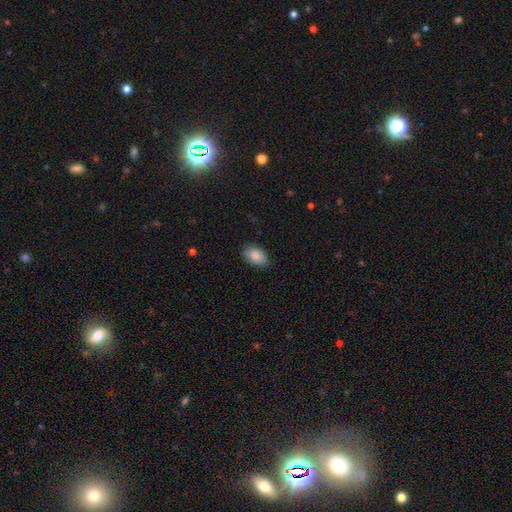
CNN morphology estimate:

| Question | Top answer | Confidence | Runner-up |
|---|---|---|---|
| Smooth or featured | smooth | 86% | featured or disk (7%) |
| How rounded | in between | 89% | round (10%) |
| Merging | none | 84% | minor disturbance (12%) |